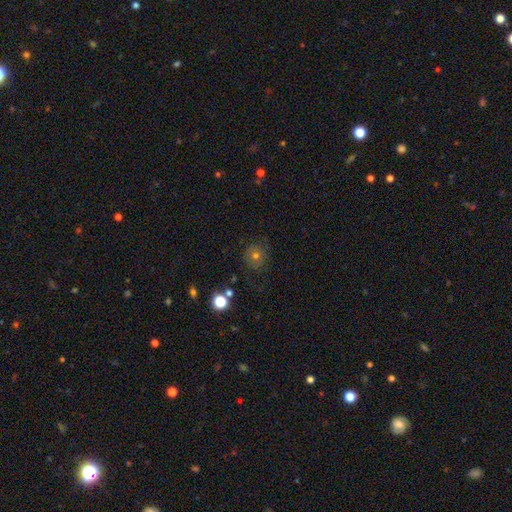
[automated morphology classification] This is possibly a smooth galaxy (55%). How rounded: clearly round (87%). Merging: likely none (76%).